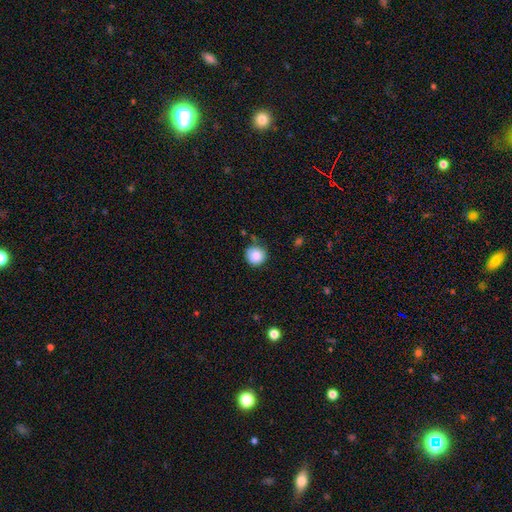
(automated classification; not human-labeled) Smooth or featured? smooth (86%)
How rounded? round (93%)
Merging? none (77%)